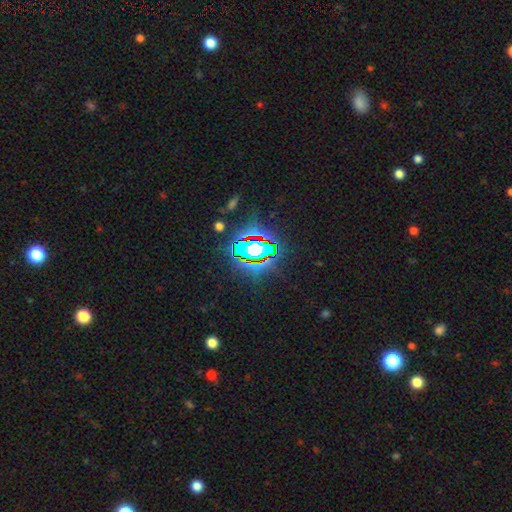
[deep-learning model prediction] smooth_or_featured: star or artifact (p=0.67) [alt: smooth p=0.19]